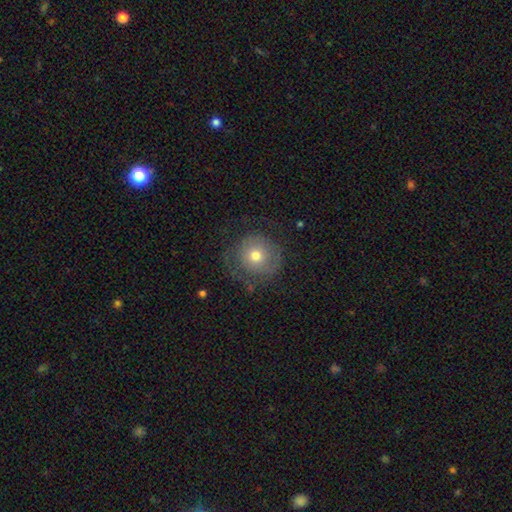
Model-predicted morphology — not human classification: type=smooth (60%); roundness=round (91%); merging=none (65%).